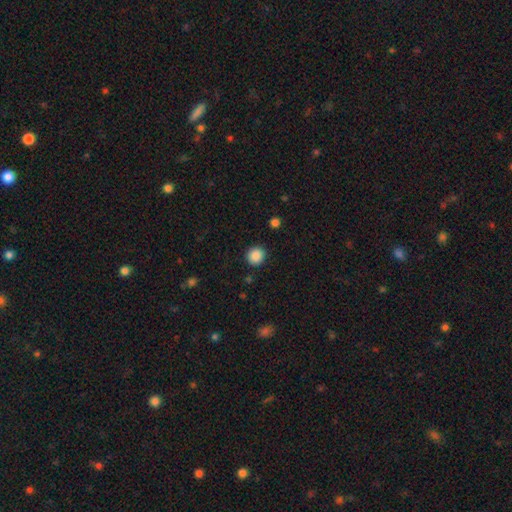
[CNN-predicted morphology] Smooth or featured?
  - smooth: 88% *
  - star or artifact: 9%
  - featured or disk: 3%
How rounded?
  - round: 92% *
  - in between: 7%
  - cigar-shaped: 1%
Merging?
  - none: 91% *
  - minor disturbance: 6%
  - major disturbance: 2%
  - merger: 1%